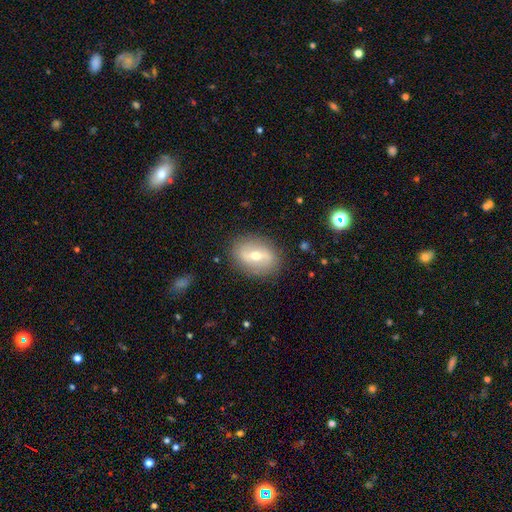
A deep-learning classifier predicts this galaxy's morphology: Smooth or featured? Predicted: featured or disk (p=0.60). Edge-on disk? Predicted: no (p=0.90). Bar? Predicted: strong (p=0.43). Spiral arms? Predicted: yes (p=0.53). Bulge size? Predicted: moderate (p=0.65). Merging? Predicted: none (p=0.85).